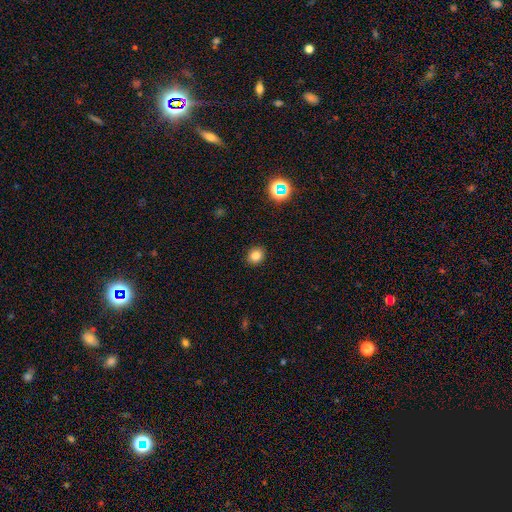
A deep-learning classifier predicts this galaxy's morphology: This appears to be a smooth galaxy with no disk features (82%) that is round (73%). Merging: none (91%).